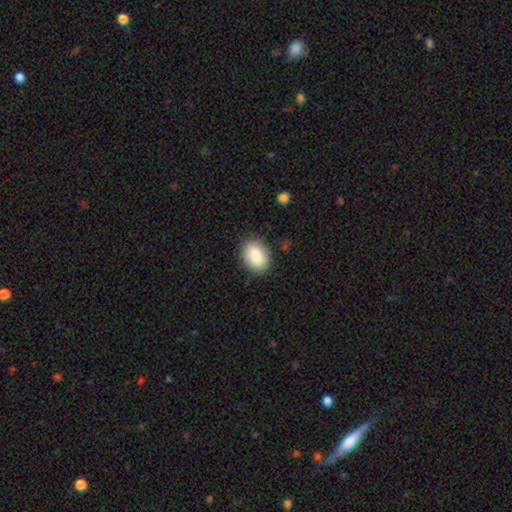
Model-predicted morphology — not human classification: Smooth or featured: smooth — 85% (featured or disk — 8%)
How rounded: in between — 72% (round — 27%)
Merging: none — 85% (minor disturbance — 11%)